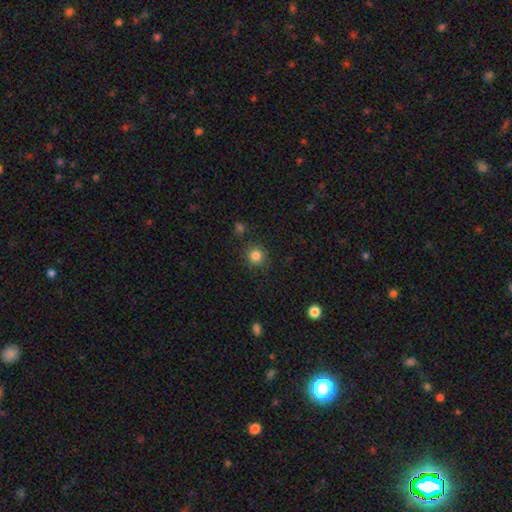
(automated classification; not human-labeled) smooth_or_featured: smooth (p=0.83) [alt: star or artifact p=0.12]
how_rounded: round (p=0.92) [alt: in between p=0.07]
merging: none (p=0.87) [alt: minor disturbance p=0.08]